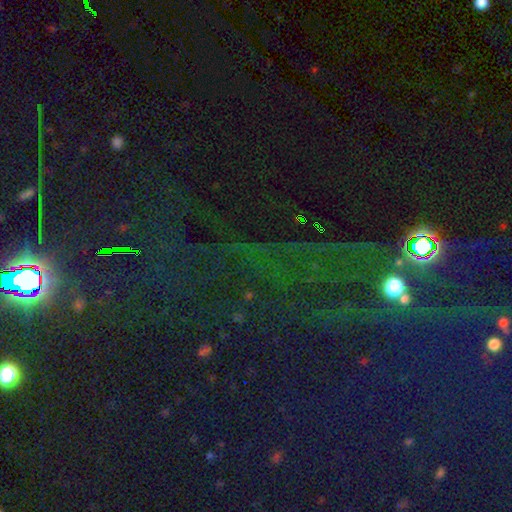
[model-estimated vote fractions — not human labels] smooth_or_featured: star or artifact (p=0.82) [alt: smooth p=0.10]